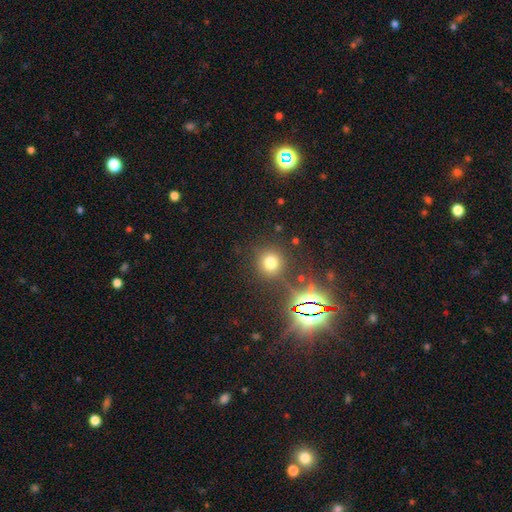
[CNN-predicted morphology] Overall: star or artifact (46%; smooth 45%).